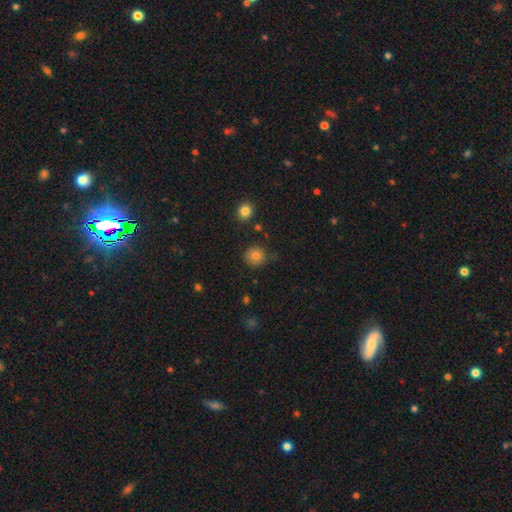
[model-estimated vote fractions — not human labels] Smooth or featured? Predicted: smooth (p=0.81). How rounded? Predicted: round (p=0.91). Merging? Predicted: none (p=0.81).